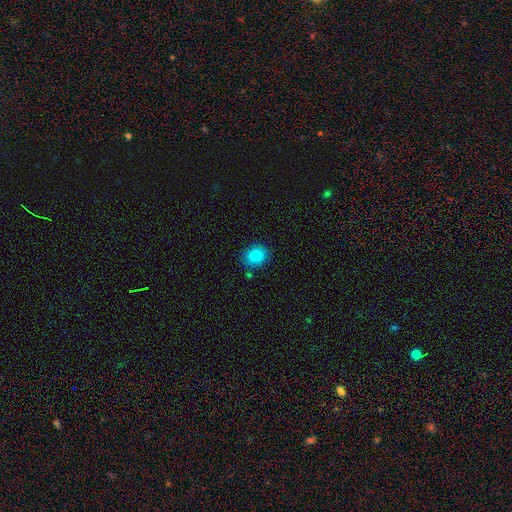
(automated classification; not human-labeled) A smooth galaxy with no disk features (87%) that is round (58%).

Vote fractions:
- Smooth or featured? smooth: 87% / star or artifact: 9% / featured or disk: 4%
- How rounded? round: 58% / in between: 41% / cigar-shaped: 1%
- Merging? none: 81% / minor disturbance: 12% / merger: 4% / major disturbance: 3%